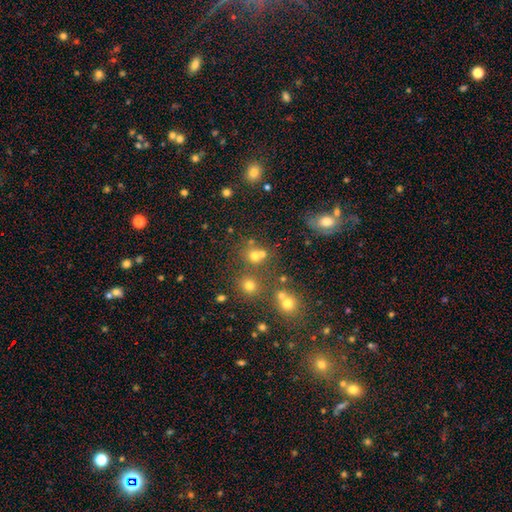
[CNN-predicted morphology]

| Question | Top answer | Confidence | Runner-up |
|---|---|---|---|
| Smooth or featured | smooth | 67% | star or artifact (22%) |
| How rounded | round | 84% | in between (15%) |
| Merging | none | 58% | merger (28%) |